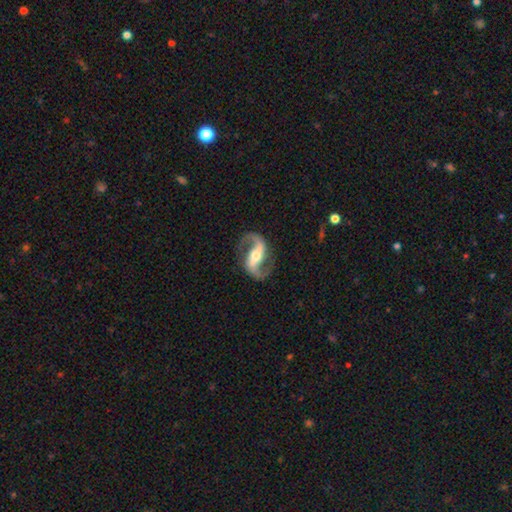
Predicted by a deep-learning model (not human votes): Smooth or featured? featured or disk (92%)
Edge-on disk? no (97%)
Bar? strong (52%)
Spiral arms? yes (97%)
Spiral winding? loose (51%)
Spiral arm count? 2 (94%)
Bulge size? moderate (64%)
Merging? none (85%)